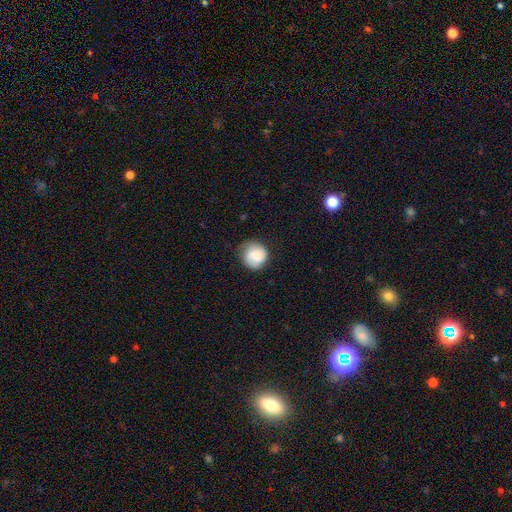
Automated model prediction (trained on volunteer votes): Q: Smooth or featured?
A: smooth (73%); runner-up: featured or disk (20%)
Q: How rounded?
A: round (89%); runner-up: in between (10%)
Q: Merging?
A: none (67%); runner-up: minor disturbance (25%)